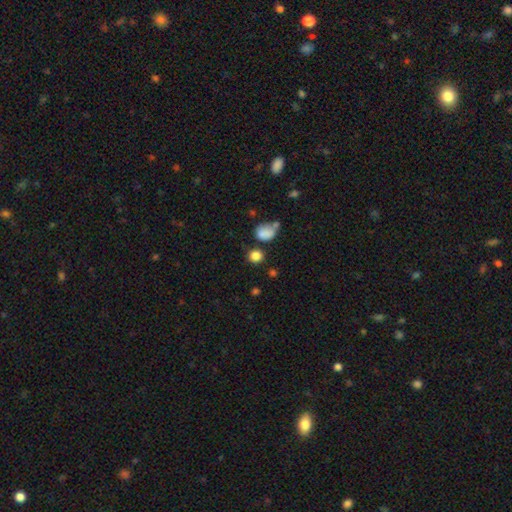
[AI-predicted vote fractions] smooth 82%, star or artifact 12%, featured or disk 5%. Down the decision tree: how rounded — round (74%); merging — none (68%).